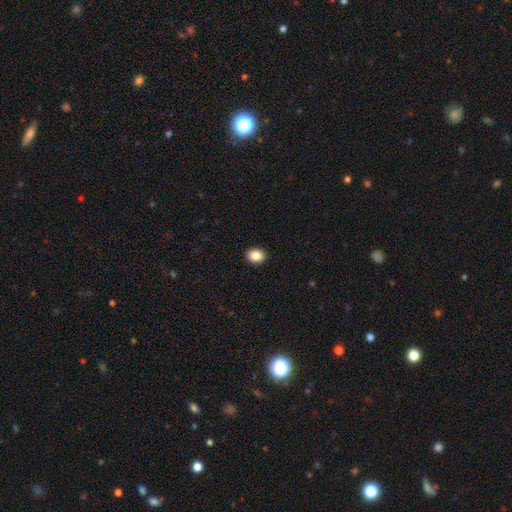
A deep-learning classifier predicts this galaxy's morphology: Smooth or featured? smooth (87%)
How rounded? in between (51%)
Merging? none (92%)